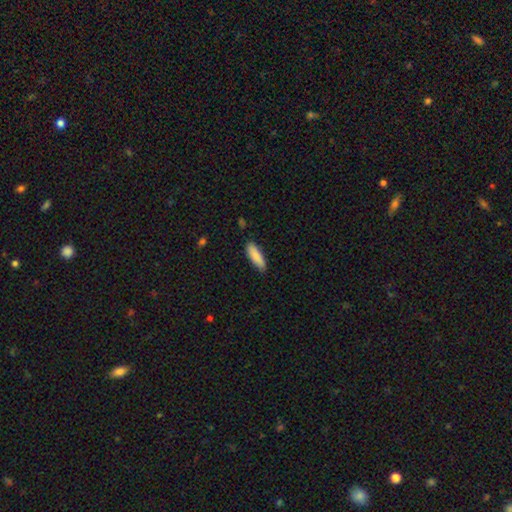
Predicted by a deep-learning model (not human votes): A smooth galaxy with no disk features (88%) that is cigar-shaped (51%). Merging: none (84%).